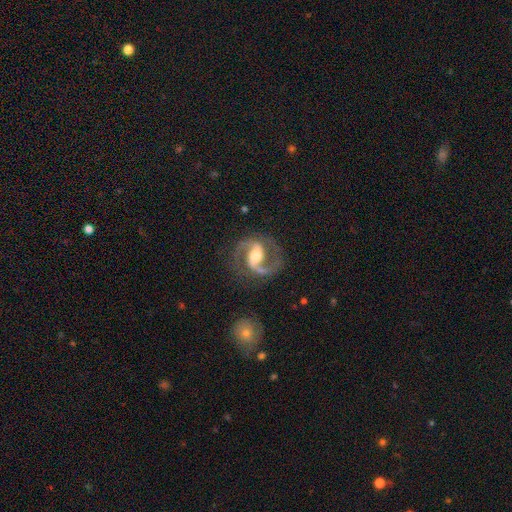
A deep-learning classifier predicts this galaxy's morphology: Overall: featured or disk (91%). Edge-on disk: no (98%). Bar: weak (41%; strong 37%). Spiral arms: yes (97%). Spiral arm count: 2 (92%). Spiral winding: medium (62%; loose 25%). Bulge size: moderate (65%). Merging: none (77%).